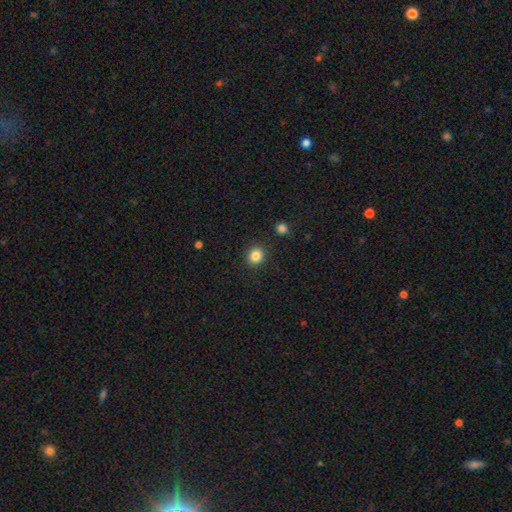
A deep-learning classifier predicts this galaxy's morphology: Smooth or featured? Predicted: smooth (p=0.84). How rounded? Predicted: round (p=0.87). Merging? Predicted: none (p=0.90).